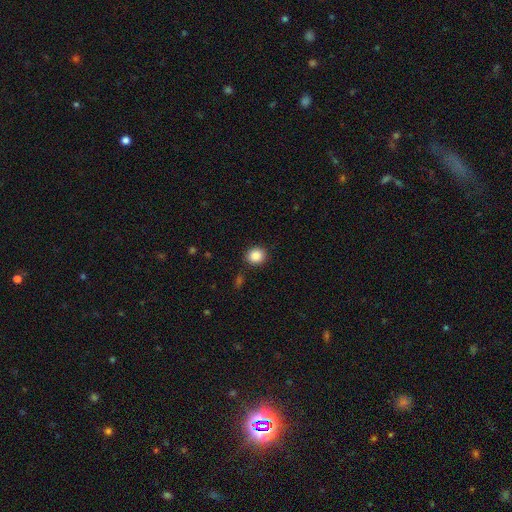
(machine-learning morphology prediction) smooth_or_featured: smooth (p=0.86) [alt: star or artifact p=0.10]
how_rounded: round (p=0.80) [alt: in between p=0.19]
merging: none (p=0.88) [alt: minor disturbance p=0.08]